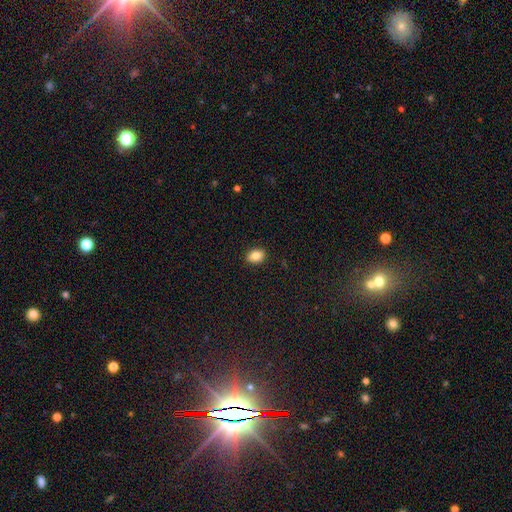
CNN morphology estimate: This appears to be a smooth galaxy with no disk features (84%) that is in between round and cigar-shaped (72%). Merging: none (89%).